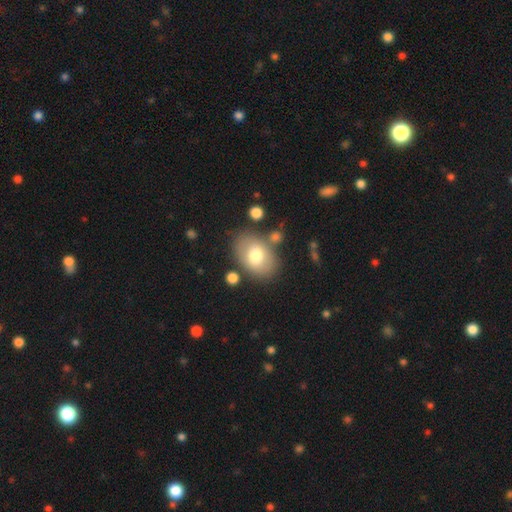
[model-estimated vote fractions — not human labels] smooth 70%, featured or disk 23%, star or artifact 8%. Down the decision tree: how rounded — in between (78%); merging — none (72%).